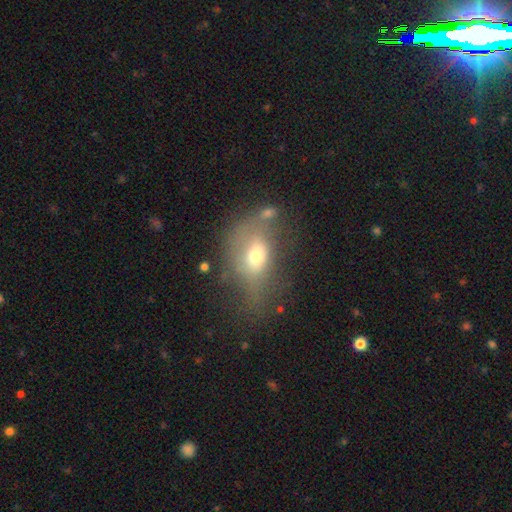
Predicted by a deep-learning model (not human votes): Smooth or featured? smooth (47%)
Merging? none (48%)